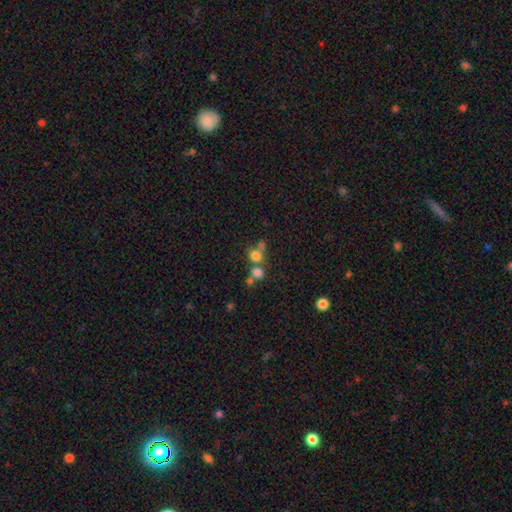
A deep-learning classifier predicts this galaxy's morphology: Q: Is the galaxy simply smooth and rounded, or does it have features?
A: smooth — 72%.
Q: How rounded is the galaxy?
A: round — 74%.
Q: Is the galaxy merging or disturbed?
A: merger — 45%.